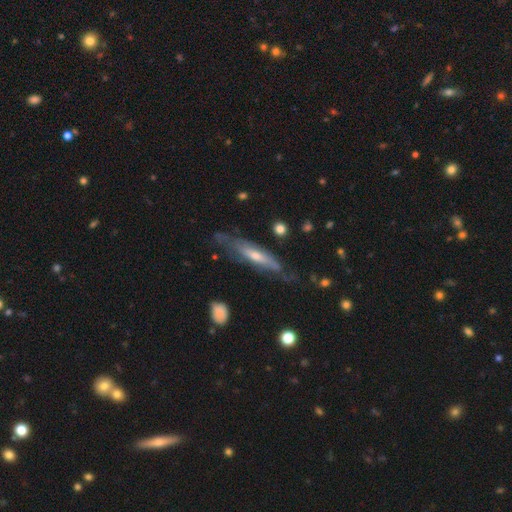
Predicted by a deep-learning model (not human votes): featured or disk 64%, smooth 30%, star or artifact 6%. Down the decision tree: edge-on disk — yes (62%); merging — none (59%).